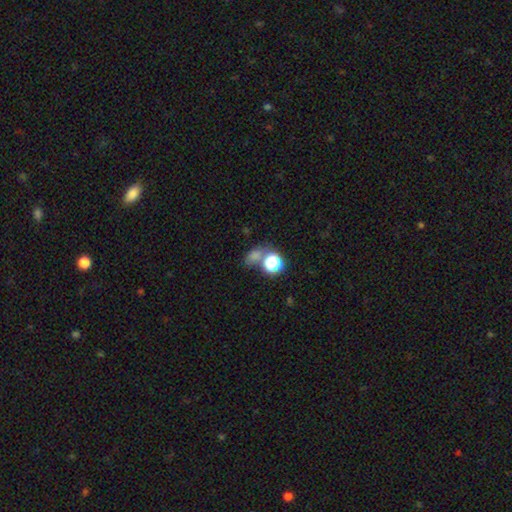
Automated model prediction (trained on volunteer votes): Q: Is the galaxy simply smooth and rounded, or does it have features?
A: smooth — 63%.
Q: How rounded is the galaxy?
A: round — 52%.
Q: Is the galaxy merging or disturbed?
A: none — 52%.